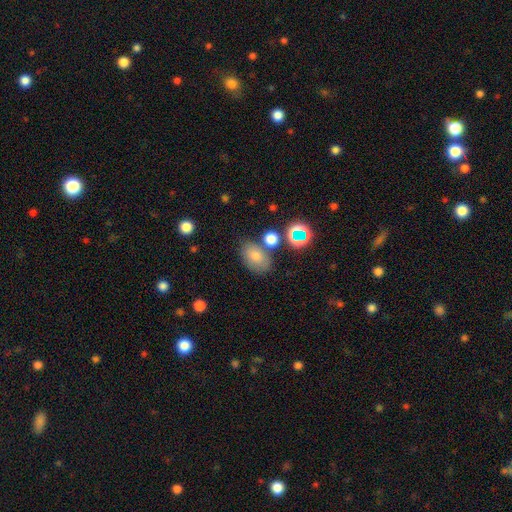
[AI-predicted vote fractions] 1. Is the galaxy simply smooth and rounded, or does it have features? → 74% smooth, 13% star or artifact, 13% featured or disk.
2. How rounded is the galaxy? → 83% in between, 16% round, 1% cigar-shaped.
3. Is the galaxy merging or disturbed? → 65% none, 15% minor disturbance, 15% merger, 5% major disturbance.